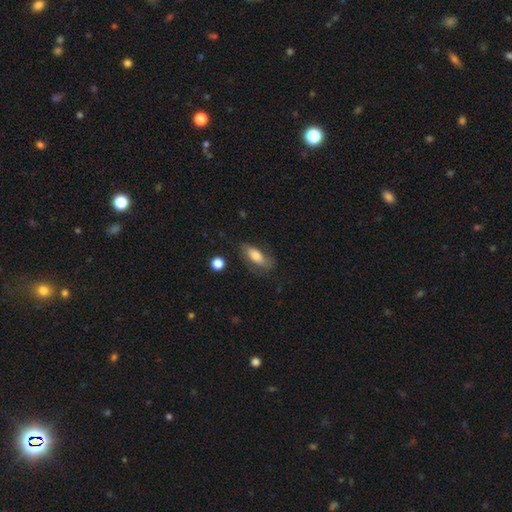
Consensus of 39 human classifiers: Overall: smooth (64%; featured or disk 28%). How rounded: in between (88%). Merging: none (58%; minor disturbance 28%).